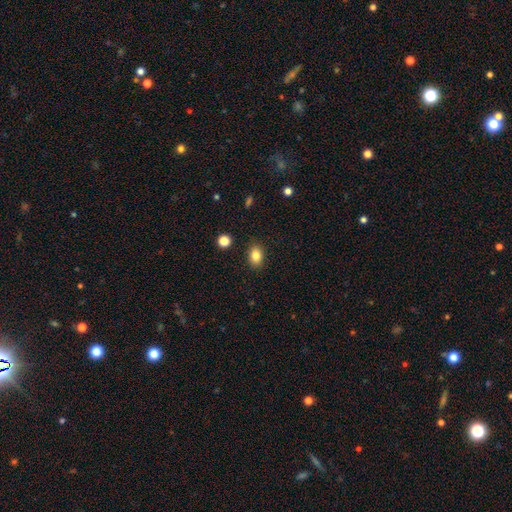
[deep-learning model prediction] This appears to be a smooth galaxy with no disk features (84%) that is in between round and cigar-shaped (75%). Merging: none (88%).